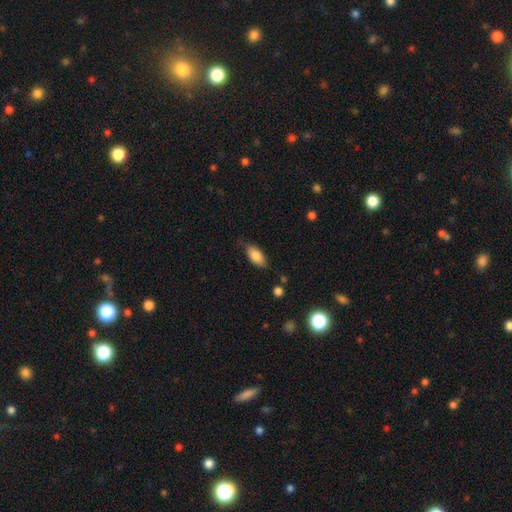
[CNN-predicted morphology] Smooth or featured: smooth — 83% (featured or disk — 10%)
How rounded: in between — 89% (cigar-shaped — 8%)
Merging: none — 74% (minor disturbance — 20%)